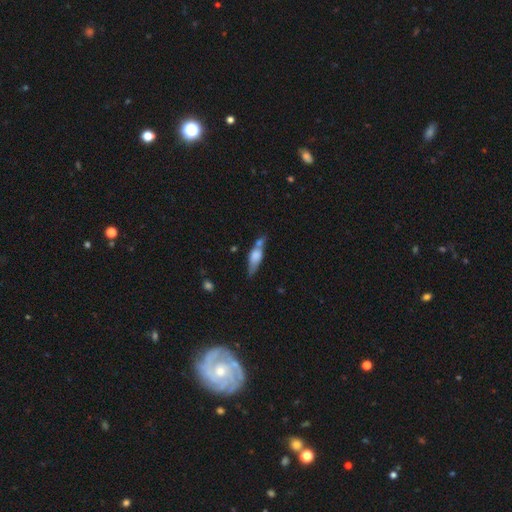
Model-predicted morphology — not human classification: Q: Smooth or featured?
A: smooth (57%); runner-up: featured or disk (36%)
Q: How rounded?
A: in between (48%); runner-up: cigar-shaped (47%)
Q: Merging?
A: none (45%); runner-up: merger (24%)